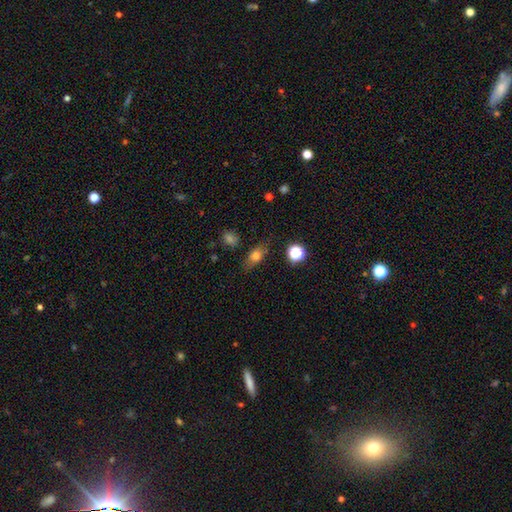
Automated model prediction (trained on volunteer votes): Smooth or featured? Predicted: smooth (p=0.70). How rounded? Predicted: in between (p=0.66). Merging? Predicted: none (p=0.75).